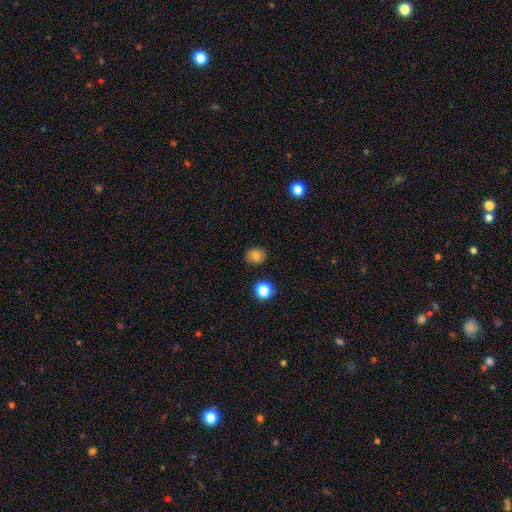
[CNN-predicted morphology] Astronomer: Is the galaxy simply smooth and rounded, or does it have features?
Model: smooth — 79%.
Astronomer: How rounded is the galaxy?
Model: round — 74%.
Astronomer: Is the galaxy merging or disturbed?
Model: none — 87%.